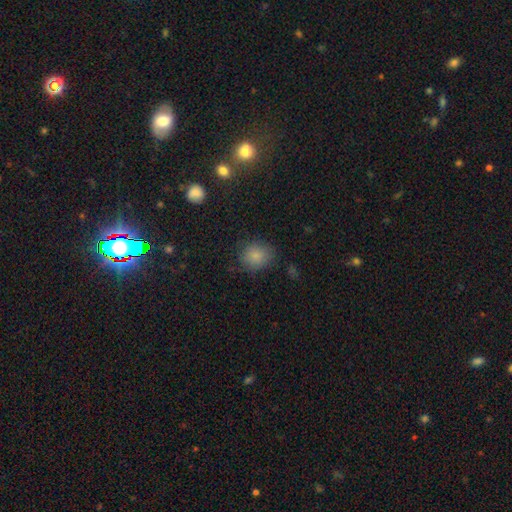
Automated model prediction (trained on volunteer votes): This is clearly a smooth galaxy (83%). How rounded: likely round (75%). Merging: likely none (78%).